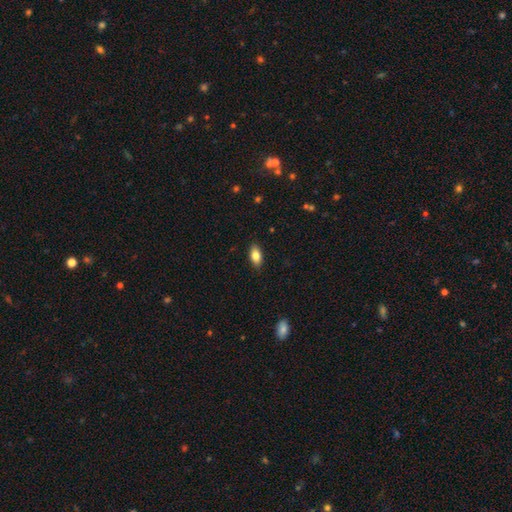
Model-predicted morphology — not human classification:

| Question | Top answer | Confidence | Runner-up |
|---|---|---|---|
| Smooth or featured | smooth | 81% | featured or disk (12%) |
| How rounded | in between | 89% | cigar-shaped (7%) |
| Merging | none | 88% | minor disturbance (10%) |